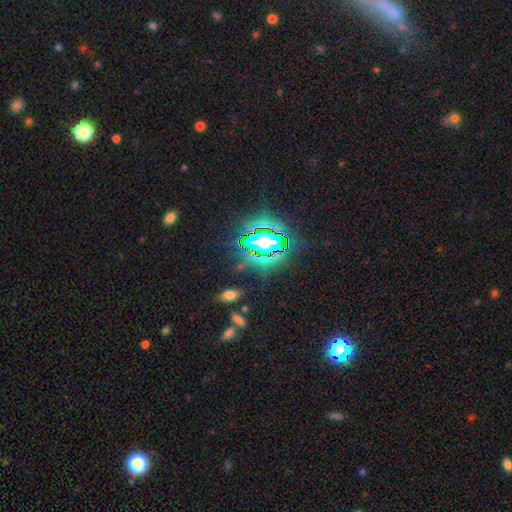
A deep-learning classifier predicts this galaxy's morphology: This appears to be a star or artifact, not a galaxy (82%).